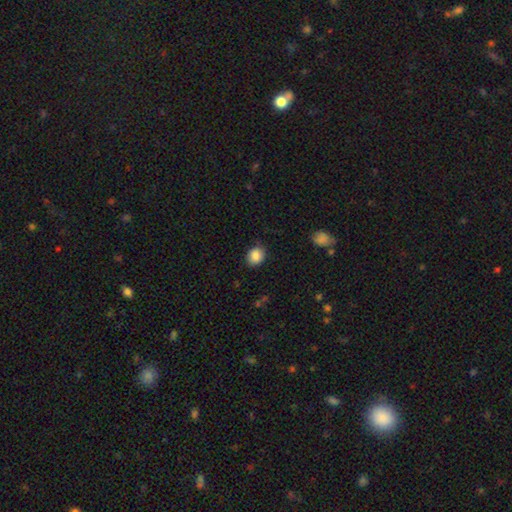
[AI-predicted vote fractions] smooth-or-featured: smooth: 88% | star or artifact: 8% | featured or disk: 4%
  how-rounded: round: 58% | in between: 41% | cigar-shaped: 1%
  merging: none: 83% | minor disturbance: 13% | major disturbance: 3% | merger: 1%